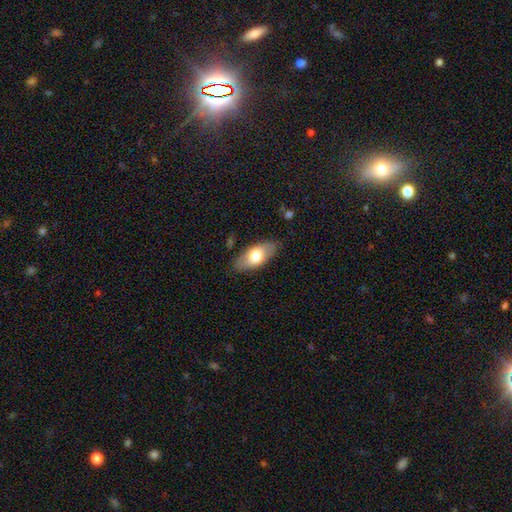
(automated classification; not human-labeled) A smooth galaxy with no disk features (68%) that is in between round and cigar-shaped (89%).

Vote fractions:
- Smooth or featured? smooth: 68% / featured or disk: 26% / star or artifact: 6%
- How rounded? in between: 89% / cigar-shaped: 7% / round: 3%
- Merging? none: 83% / minor disturbance: 13% / major disturbance: 3% / merger: 1%